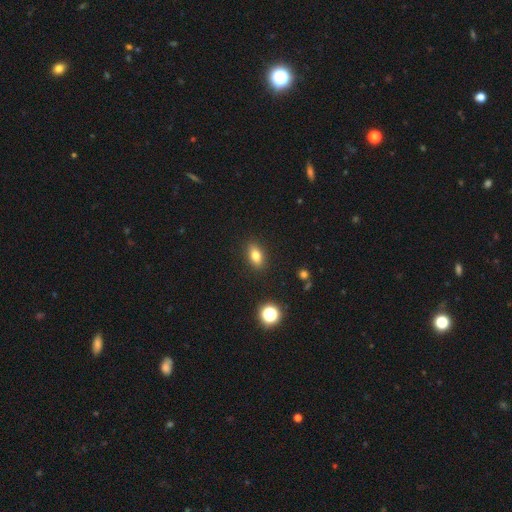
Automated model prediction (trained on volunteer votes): Morphology: type=smooth (78%); roundness=in between (80%); merging=none (89%).